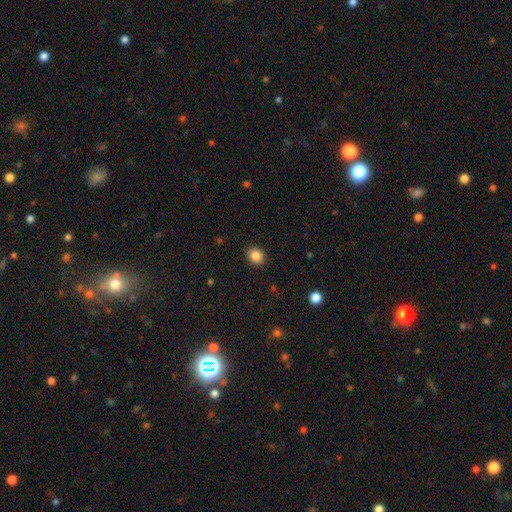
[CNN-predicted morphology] A smooth galaxy with no disk features (86%) that is round (60%). Merging: none (90%).